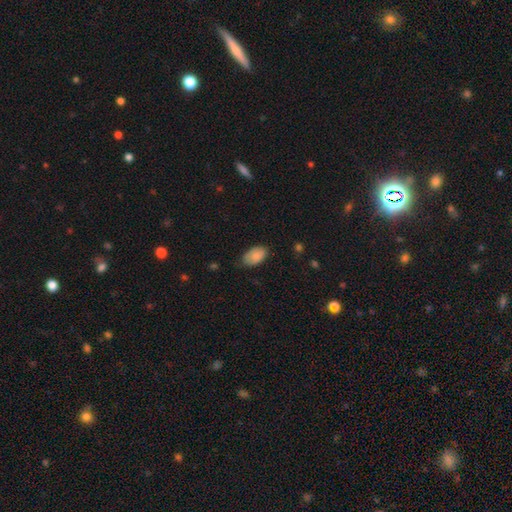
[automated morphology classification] Smooth or featured?
  - smooth: 85% *
  - featured or disk: 8%
  - star or artifact: 7%
How rounded?
  - in between: 94% *
  - round: 5%
  - cigar-shaped: 1%
Merging?
  - none: 68% *
  - minor disturbance: 26%
  - major disturbance: 5%
  - merger: 1%